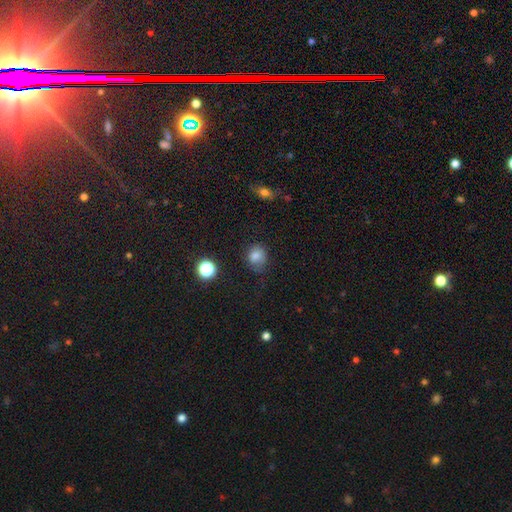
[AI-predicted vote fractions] This is likely a smooth galaxy (80%). How rounded: likely round (70%). Merging: likely none (68%).